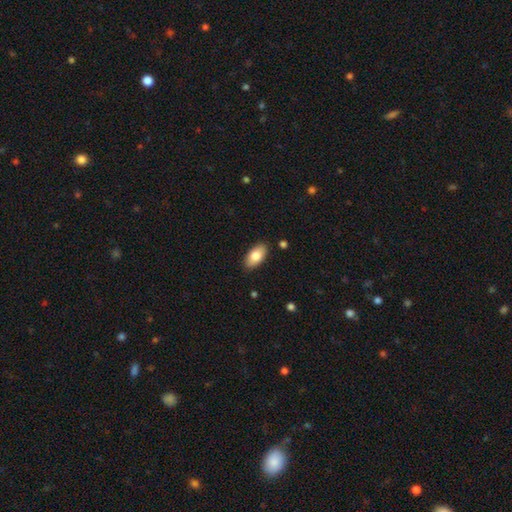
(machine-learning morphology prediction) Smooth or featured?
  - smooth: 81% *
  - featured or disk: 12%
  - star or artifact: 6%
How rounded?
  - in between: 93% *
  - cigar-shaped: 4%
  - round: 3%
Merging?
  - none: 87% *
  - minor disturbance: 10%
  - major disturbance: 2%
  - merger: 1%